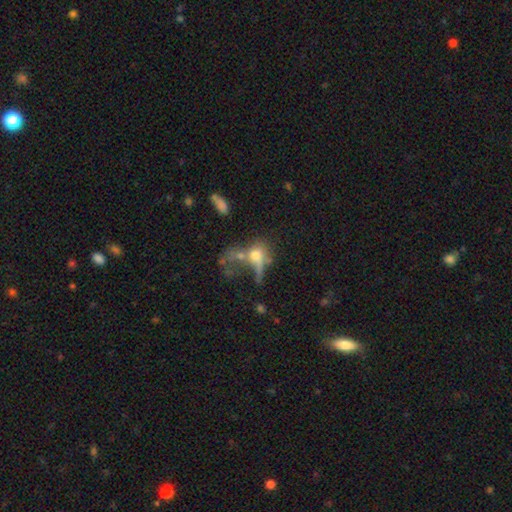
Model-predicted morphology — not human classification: Smooth or featured? Predicted: smooth (p=0.54). How rounded? Predicted: in between (p=0.50). Merging? Predicted: merger (p=0.38).